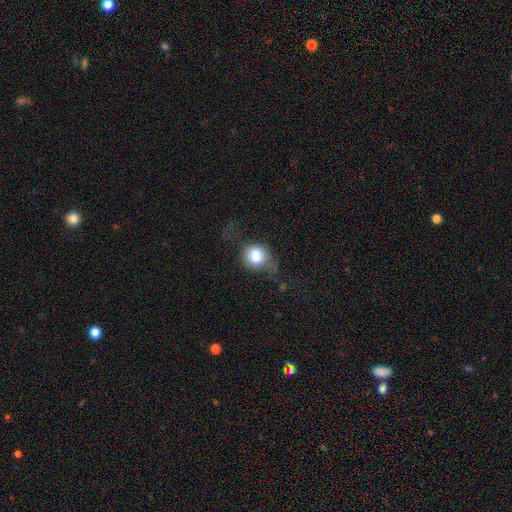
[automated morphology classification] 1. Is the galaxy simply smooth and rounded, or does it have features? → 76% smooth, 15% featured or disk, 9% star or artifact.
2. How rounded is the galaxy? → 69% round, 30% in between, 1% cigar-shaped.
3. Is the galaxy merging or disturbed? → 43% none, 28% minor disturbance, 27% major disturbance, 3% merger.